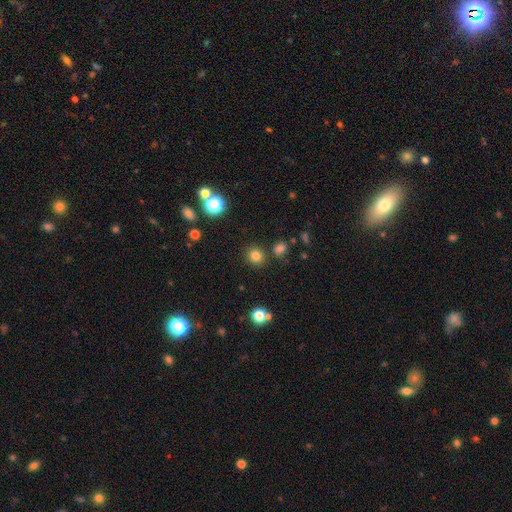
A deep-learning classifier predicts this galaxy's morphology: smooth 80%, star or artifact 14%, featured or disk 5%. Down the decision tree: how rounded — round (84%); merging — none (85%).